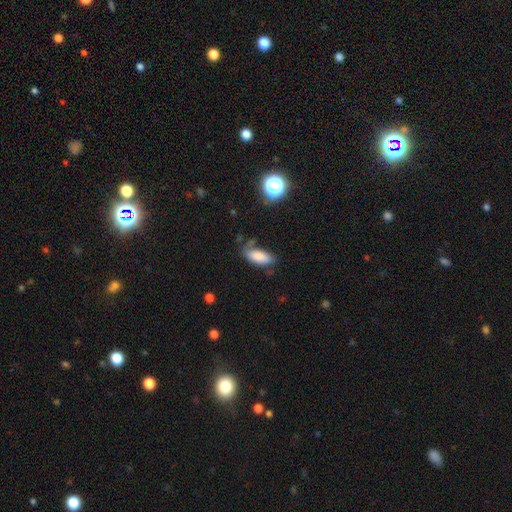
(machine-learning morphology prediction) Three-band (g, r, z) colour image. It shows a smooth galaxy with no disk features (81%) that is in between round and cigar-shaped (81%). Merging: none (63%).